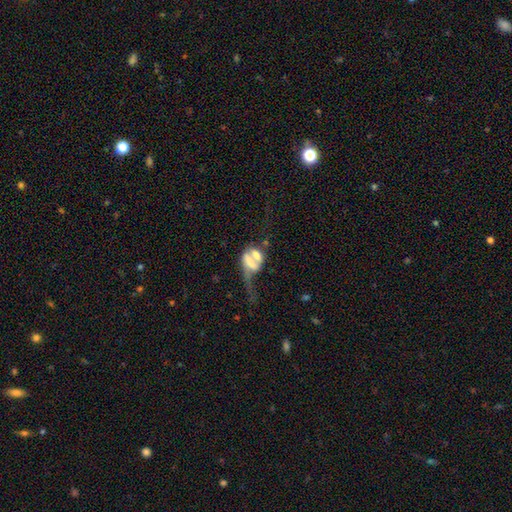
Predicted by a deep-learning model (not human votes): featured or disk 48%, smooth 39%, star or artifact 13%. Down the decision tree: merging — merger (46%).